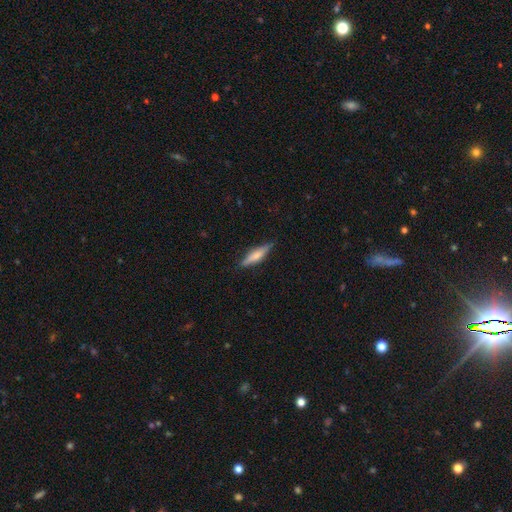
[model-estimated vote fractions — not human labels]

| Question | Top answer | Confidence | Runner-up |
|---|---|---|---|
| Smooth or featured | smooth | 53% | featured or disk (40%) |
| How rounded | cigar-shaped | 78% | in between (20%) |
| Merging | none | 86% | minor disturbance (11%) |